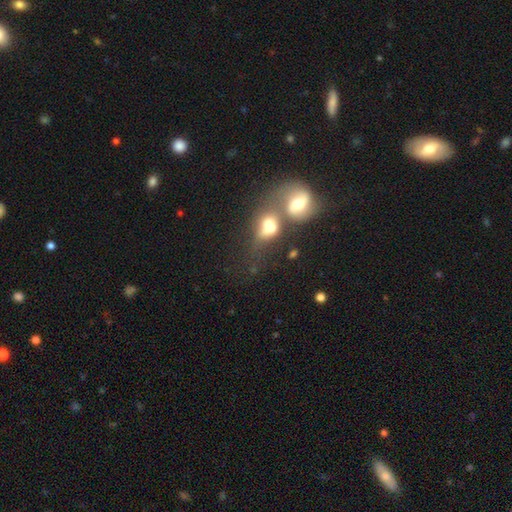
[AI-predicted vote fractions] Smooth or featured? smooth (53%)
How rounded? round (53%)
Merging? merger (71%)